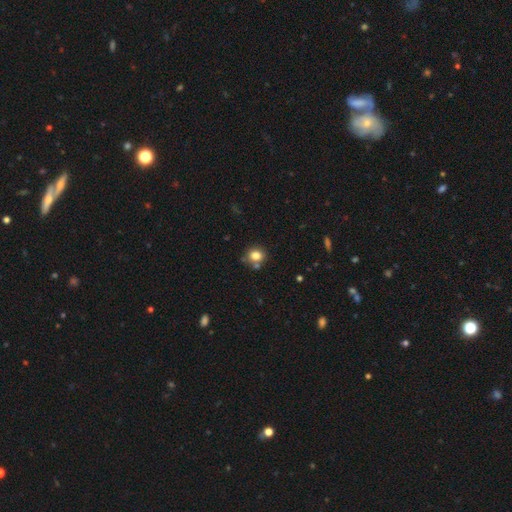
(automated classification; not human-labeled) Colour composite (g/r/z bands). It shows a smooth galaxy with no disk features (81%) that is round (74%). Merging: none (69%).